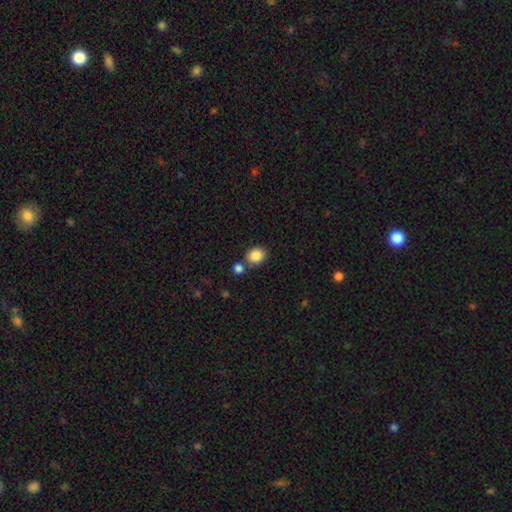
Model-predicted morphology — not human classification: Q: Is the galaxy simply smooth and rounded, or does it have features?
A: smooth — 86%.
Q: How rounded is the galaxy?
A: round — 68%.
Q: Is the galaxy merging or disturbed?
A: none — 71%.